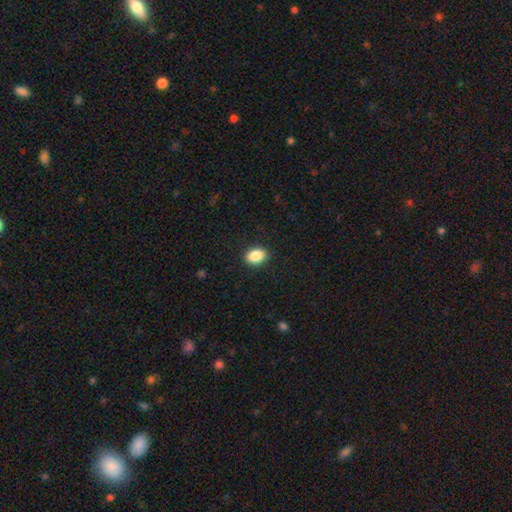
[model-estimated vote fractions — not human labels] smooth 87%, star or artifact 8%, featured or disk 5%. Down the decision tree: how rounded — in between (78%); merging — none (89%).